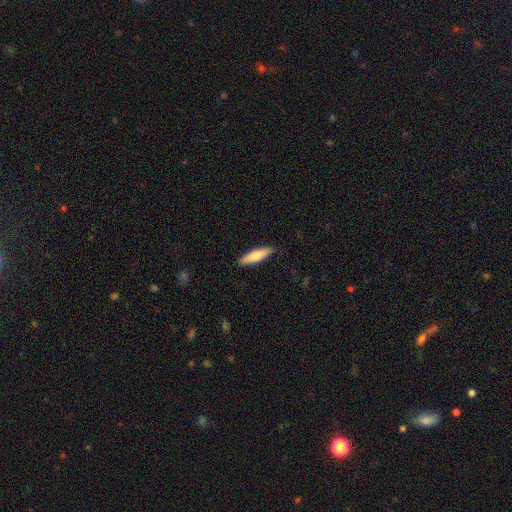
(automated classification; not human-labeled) A smooth galaxy with no disk features (76%) that is cigar-shaped (66%). Merging: none (89%).